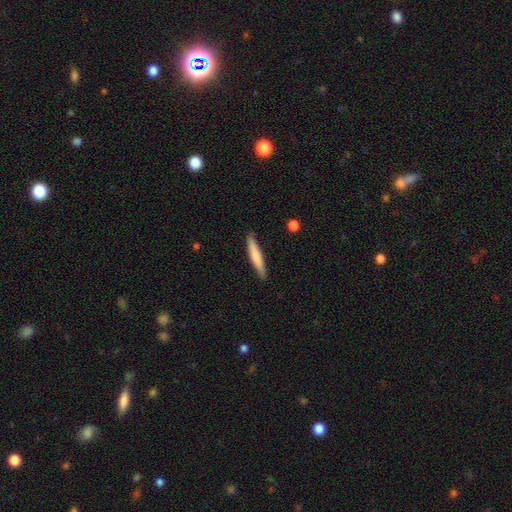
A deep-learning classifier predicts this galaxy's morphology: Smooth or featured: smooth — 71% (featured or disk — 23%)
How rounded: cigar-shaped — 93% (in between — 6%)
Merging: none — 88% (minor disturbance — 9%)